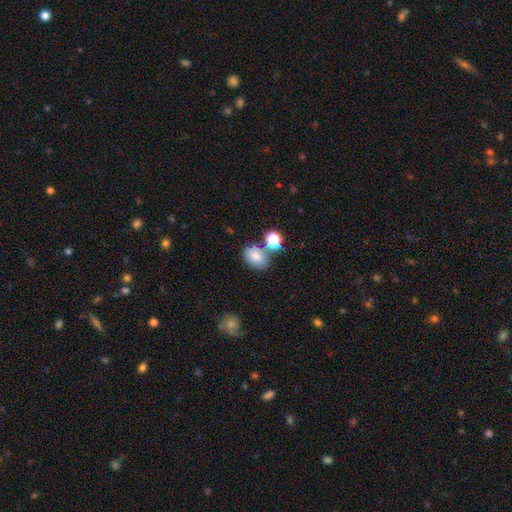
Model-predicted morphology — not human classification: A smooth galaxy with no disk features (79%) that is in between round and cigar-shaped (70%). Merging: none (65%).